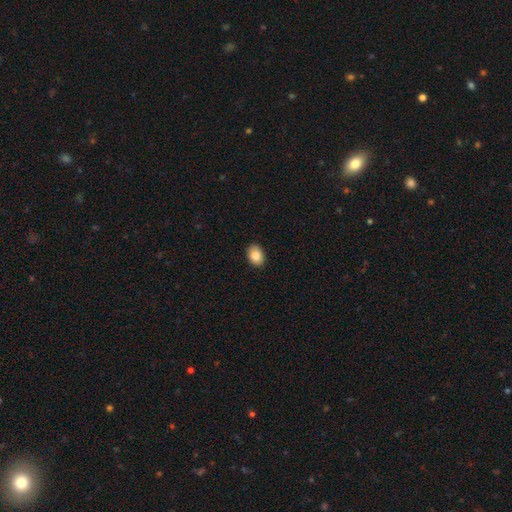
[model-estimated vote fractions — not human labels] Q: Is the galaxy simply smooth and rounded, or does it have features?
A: smooth — 88%.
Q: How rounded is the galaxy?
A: in between — 77%.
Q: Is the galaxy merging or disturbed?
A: none — 89%.